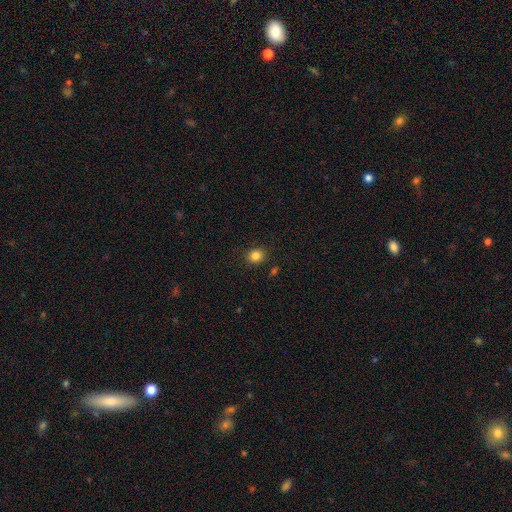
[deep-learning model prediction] The model was most divided on "how rounded": round: 79%, in between: 20%, cigar-shaped: 1%. More confident: merging — none (88%); smooth or featured — smooth (84%).